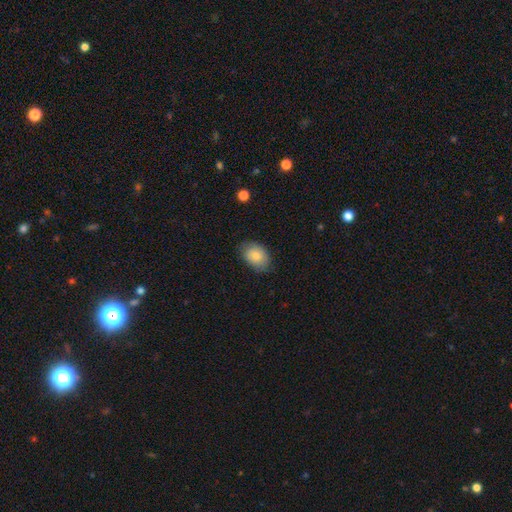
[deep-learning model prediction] This is likely a smooth galaxy (80%). How rounded: clearly in between (81%). Merging: likely none (78%).